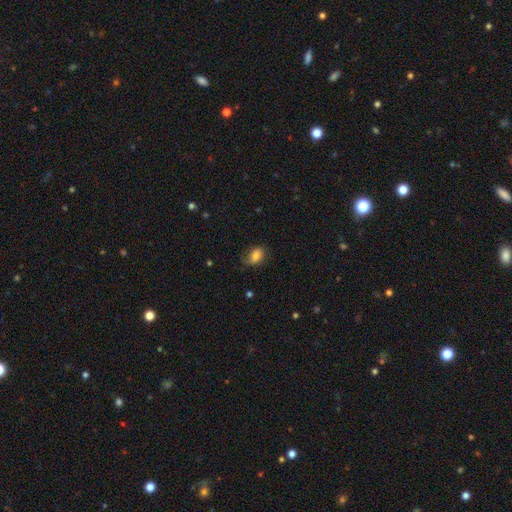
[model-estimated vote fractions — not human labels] smooth-or-featured: smooth: 75% | featured or disk: 16% | star or artifact: 9%
  how-rounded: in between: 79% | round: 20% | cigar-shaped: 2%
  merging: none: 63% | minor disturbance: 26% | major disturbance: 10% | merger: 1%